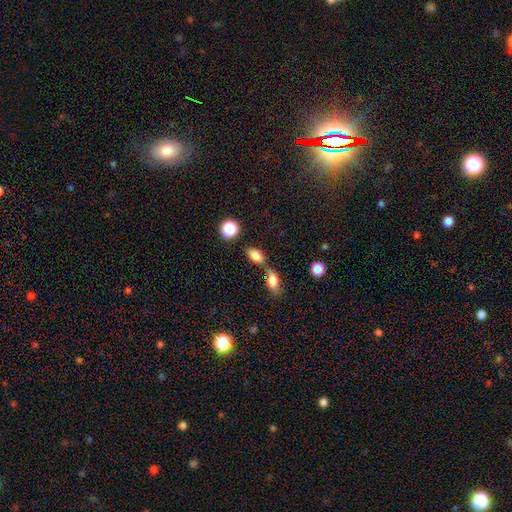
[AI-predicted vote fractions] Smooth or featured? smooth (81%)
How rounded? in between (86%)
Merging? none (52%)